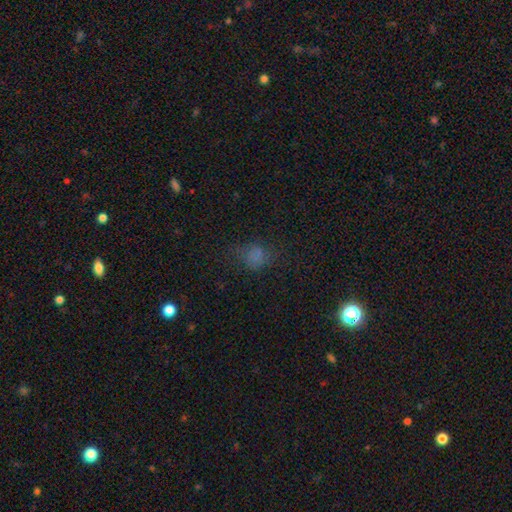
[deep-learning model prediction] Smooth or featured?
  - smooth: 65% *
  - star or artifact: 24%
  - featured or disk: 12%
How rounded?
  - round: 57% *
  - in between: 41%
  - cigar-shaped: 2%
Merging?
  - none: 56% *
  - minor disturbance: 25%
  - major disturbance: 16%
  - merger: 3%